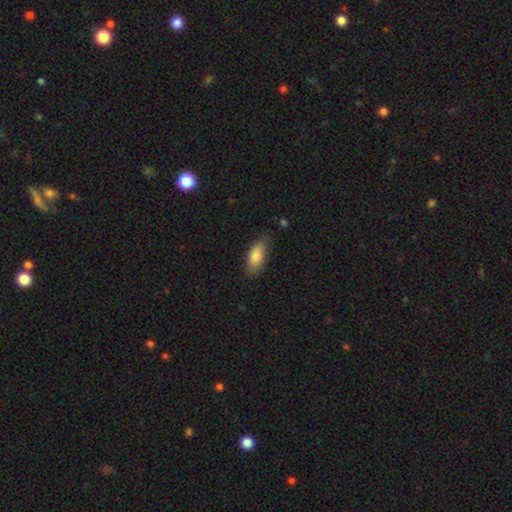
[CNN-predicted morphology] A smooth galaxy with no disk features (86%) that is in between round and cigar-shaped (86%). Merging: none (74%).